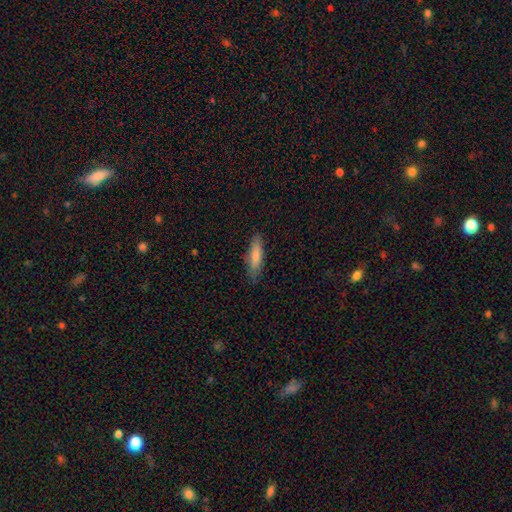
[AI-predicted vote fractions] This appears to be a smooth galaxy with no disk features (80%) that is cigar-shaped (67%). Merging: none (82%).